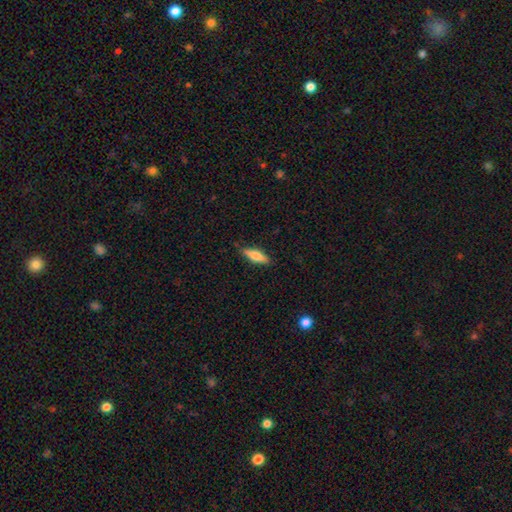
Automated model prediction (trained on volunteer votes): The model was most divided on "how rounded": cigar-shaped: 58%, in between: 40%, round: 2%. More confident: merging — none (86%); smooth or featured — smooth (64%).